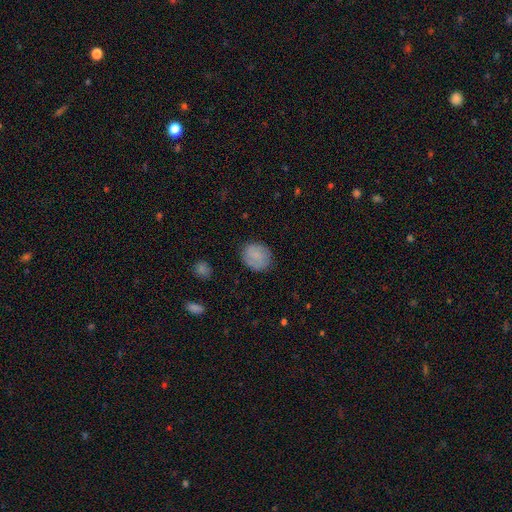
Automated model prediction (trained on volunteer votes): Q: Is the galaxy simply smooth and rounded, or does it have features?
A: smooth — 79%.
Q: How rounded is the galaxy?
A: round — 68%.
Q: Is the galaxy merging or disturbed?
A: none — 83%.